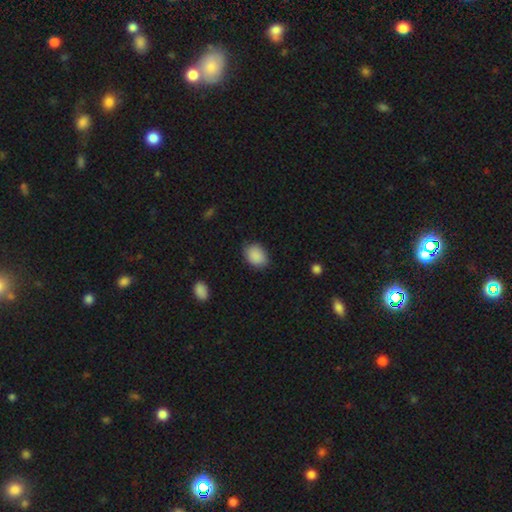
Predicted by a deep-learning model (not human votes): A smooth galaxy with no disk features (89%) that is in between round and cigar-shaped (70%). Merging: none (80%).